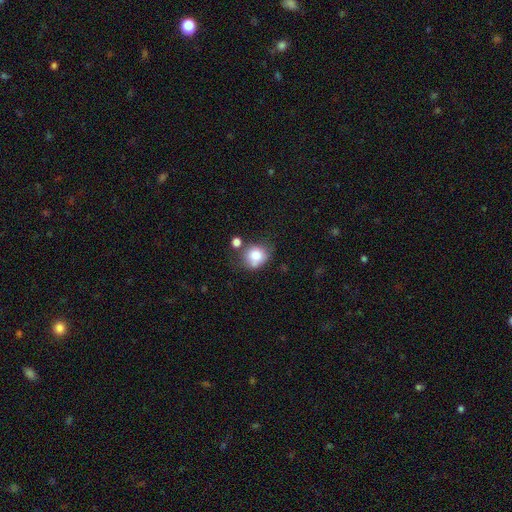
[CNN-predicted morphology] type=smooth (79%); roundness=round (68%); merging=none (51%).